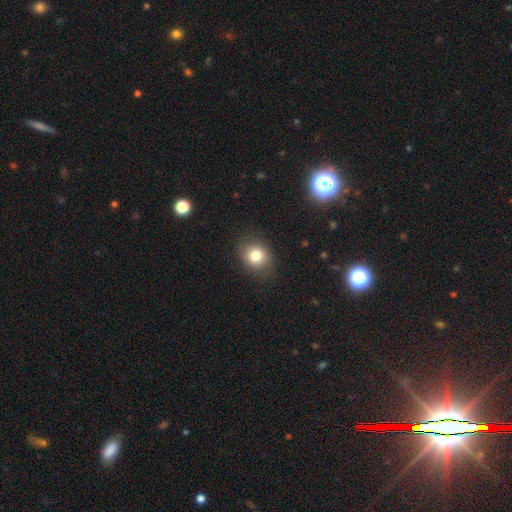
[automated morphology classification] smooth-or-featured: smooth: 80% | star or artifact: 11% | featured or disk: 10%
  how-rounded: round: 65% | in between: 34% | cigar-shaped: 1%
  merging: none: 83% | minor disturbance: 12% | major disturbance: 4% | merger: 1%